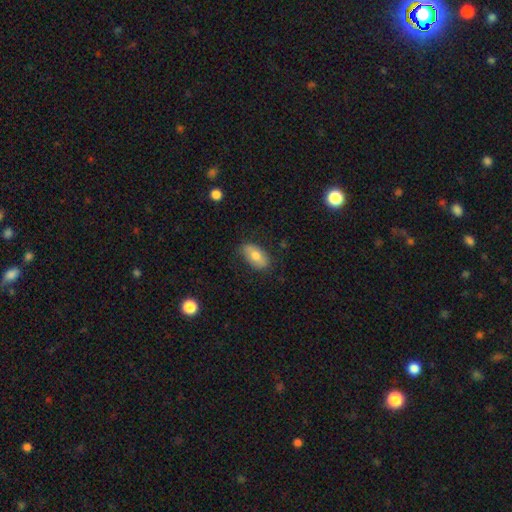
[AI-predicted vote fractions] Smooth or featured? Predicted: smooth (p=0.70). How rounded? Predicted: in between (p=0.92). Merging? Predicted: none (p=0.79).